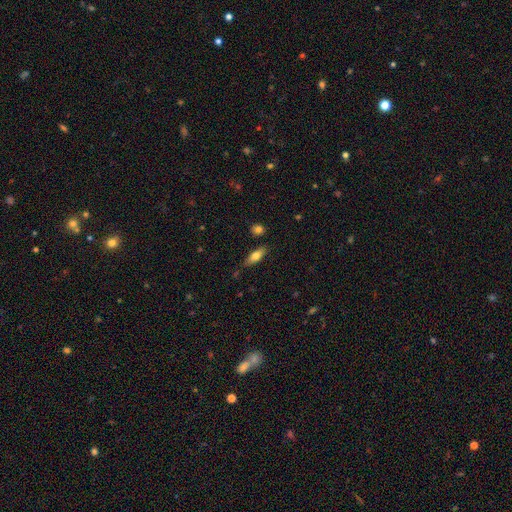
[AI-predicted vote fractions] smooth_or_featured: smooth (p=0.70) [alt: featured or disk p=0.23]
how_rounded: in between (p=0.61) [alt: cigar-shaped p=0.36]
merging: none (p=0.80) [alt: minor disturbance p=0.14]